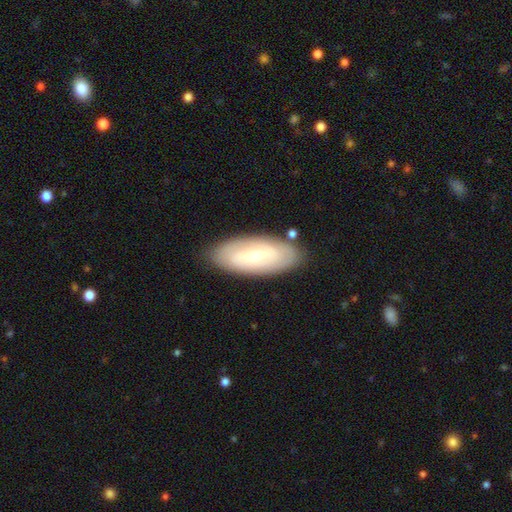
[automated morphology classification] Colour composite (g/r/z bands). It shows a smooth galaxy with no disk features (48%). Merging: none (83%).